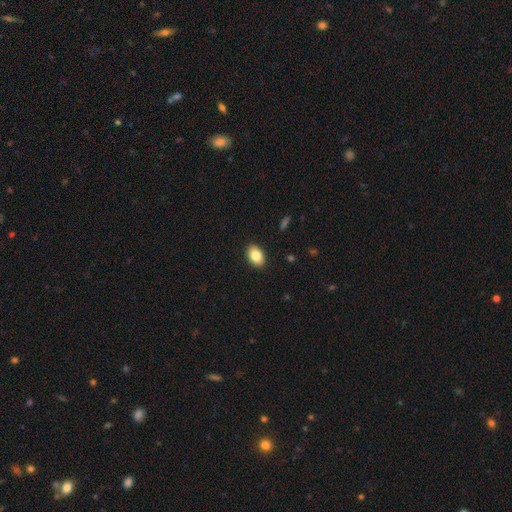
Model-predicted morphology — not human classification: A smooth galaxy with no disk features (84%) that is in between round and cigar-shaped (86%).

Vote fractions:
- Smooth or featured? smooth: 84% / featured or disk: 9% / star or artifact: 7%
- How rounded? in between: 86% / round: 13% / cigar-shaped: 1%
- Merging? none: 90% / minor disturbance: 7% / major disturbance: 2% / merger: 1%